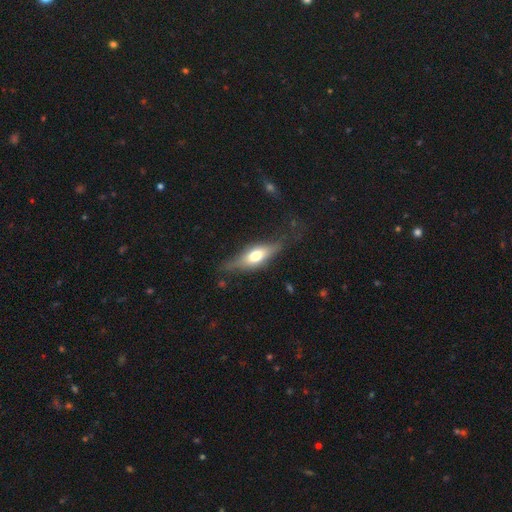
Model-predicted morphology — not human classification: featured or disk 49%, smooth 44%, star or artifact 7%. Down the decision tree: merging — none (69%).